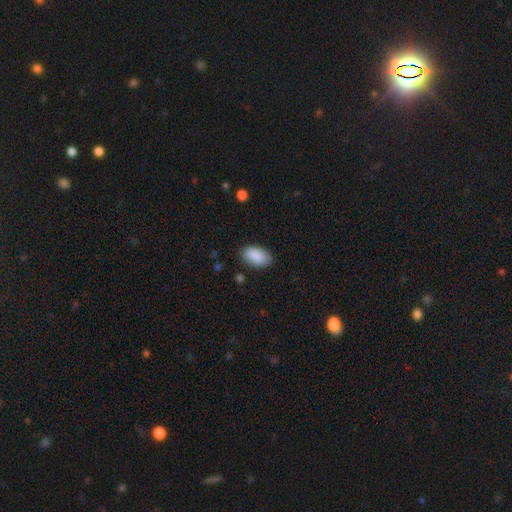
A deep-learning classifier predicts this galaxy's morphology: smooth_or_featured: smooth (p=0.89) [alt: star or artifact p=0.06]
how_rounded: in between (p=0.94) [alt: round p=0.05]
merging: none (p=0.82) [alt: minor disturbance p=0.14]